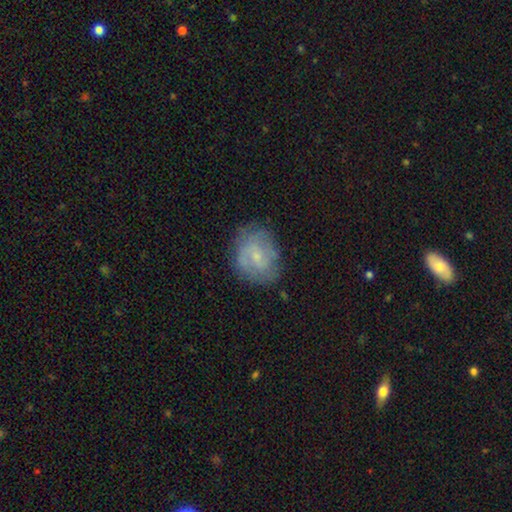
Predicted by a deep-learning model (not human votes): Q: Smooth or featured?
A: featured or disk (49%); runner-up: smooth (42%)
Q: Merging?
A: none (68%); runner-up: minor disturbance (21%)